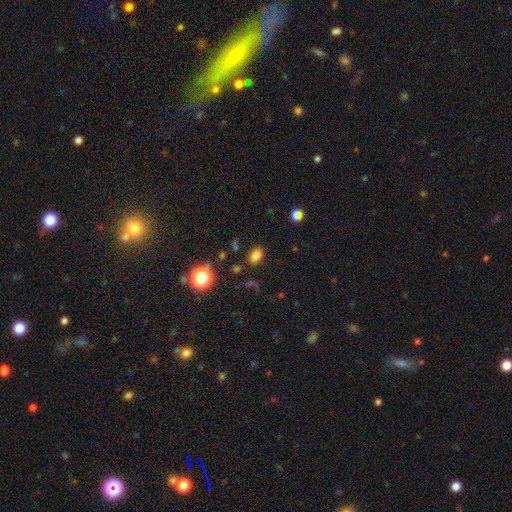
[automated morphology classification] Smooth or featured? Predicted: smooth (p=0.77). How rounded? Predicted: in between (p=0.82). Merging? Predicted: none (p=0.83).